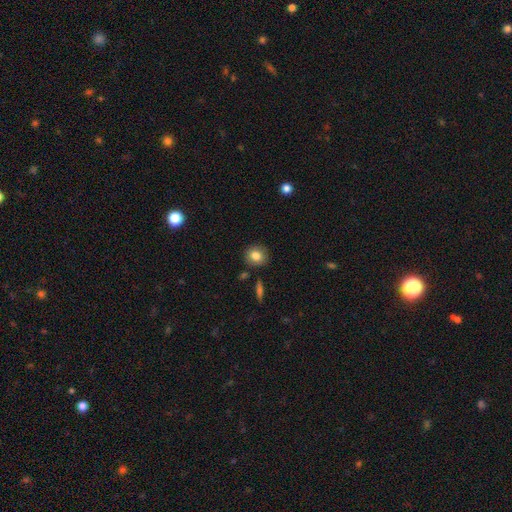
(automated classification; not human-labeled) Smooth or featured? Predicted: smooth (p=0.81). How rounded? Predicted: round (p=0.80). Merging? Predicted: none (p=0.85).